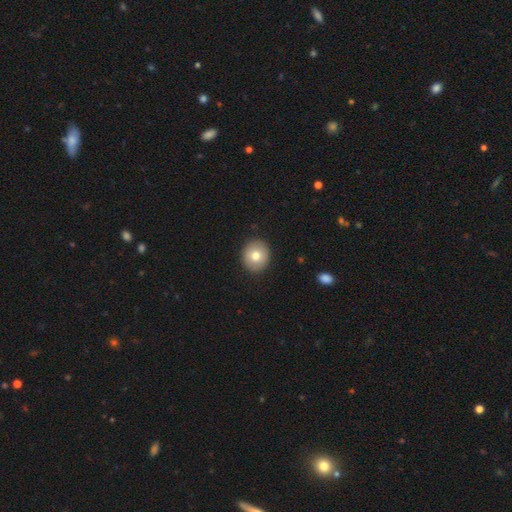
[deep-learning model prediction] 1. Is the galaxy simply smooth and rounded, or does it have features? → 75% smooth, 16% featured or disk, 8% star or artifact.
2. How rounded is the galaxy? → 82% round, 17% in between, 1% cigar-shaped.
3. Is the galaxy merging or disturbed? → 91% none, 6% minor disturbance, 2% major disturbance, 1% merger.